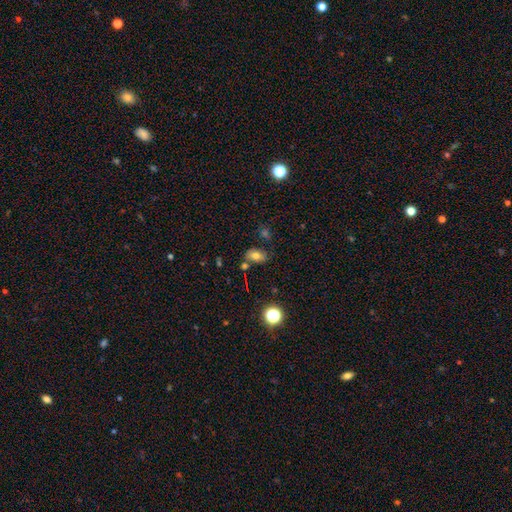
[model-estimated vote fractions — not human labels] Smooth or featured: smooth — 72% (featured or disk — 15%)
How rounded: in between — 83% (round — 15%)
Merging: none — 66% (minor disturbance — 16%)